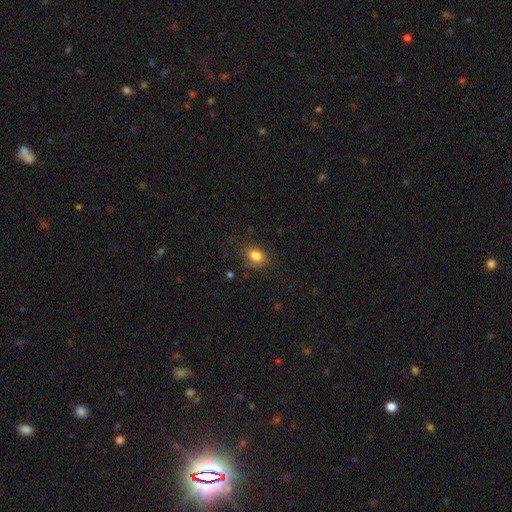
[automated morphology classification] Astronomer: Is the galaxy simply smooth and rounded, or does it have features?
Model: smooth — 83%.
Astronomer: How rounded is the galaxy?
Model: in between — 68%.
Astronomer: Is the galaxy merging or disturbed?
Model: none — 74%.